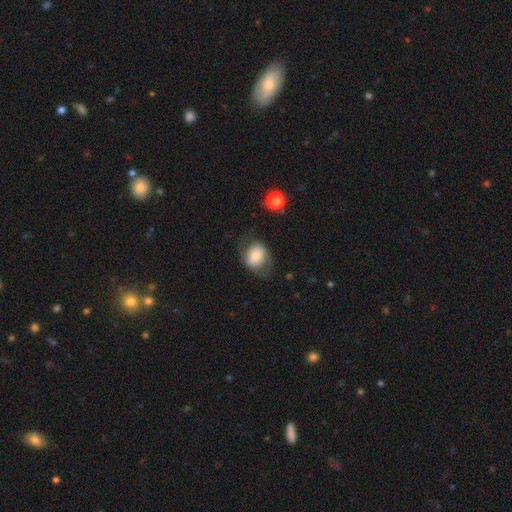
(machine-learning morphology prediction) smooth_or_featured: smooth (p=0.66) [alt: featured or disk p=0.26]
how_rounded: round (p=0.51) [alt: in between p=0.48]
merging: none (p=0.58) [alt: minor disturbance p=0.23]